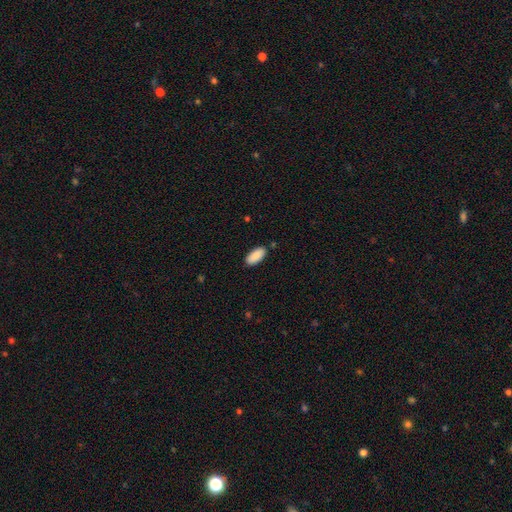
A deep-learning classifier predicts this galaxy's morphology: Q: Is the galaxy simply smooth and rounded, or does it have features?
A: smooth — 90%.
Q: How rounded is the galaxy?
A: in between — 90%.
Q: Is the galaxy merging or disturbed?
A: none — 87%.